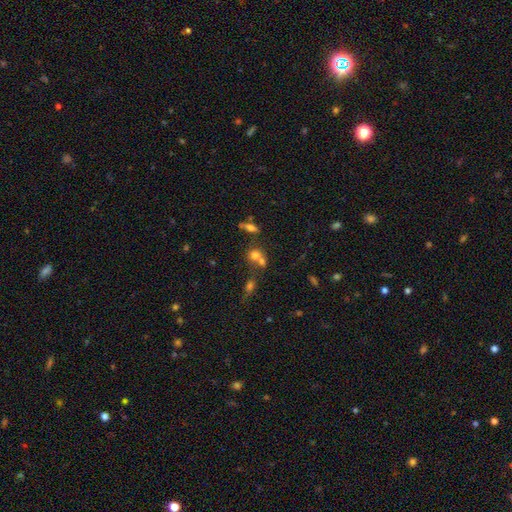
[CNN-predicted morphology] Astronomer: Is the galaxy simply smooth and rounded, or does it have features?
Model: smooth — 65%.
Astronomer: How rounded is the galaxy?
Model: round — 66%.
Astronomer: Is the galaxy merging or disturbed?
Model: merger — 47% (runner-up: none, 39%).